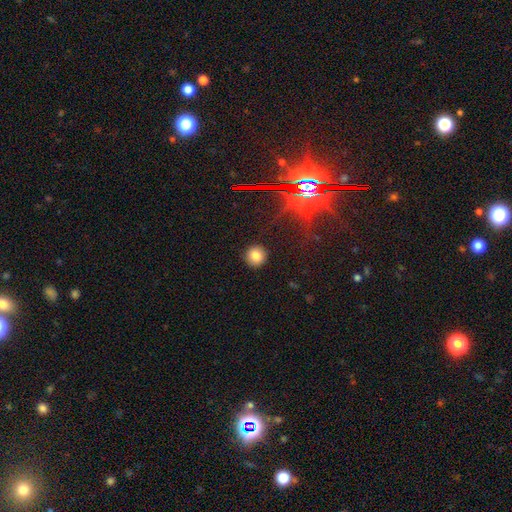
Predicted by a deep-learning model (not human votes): smooth-or-featured: smooth: 79% | star or artifact: 14% | featured or disk: 7%
  how-rounded: round: 92% | in between: 7% | cigar-shaped: 1%
  merging: none: 92% | minor disturbance: 5% | major disturbance: 2% | merger: 1%